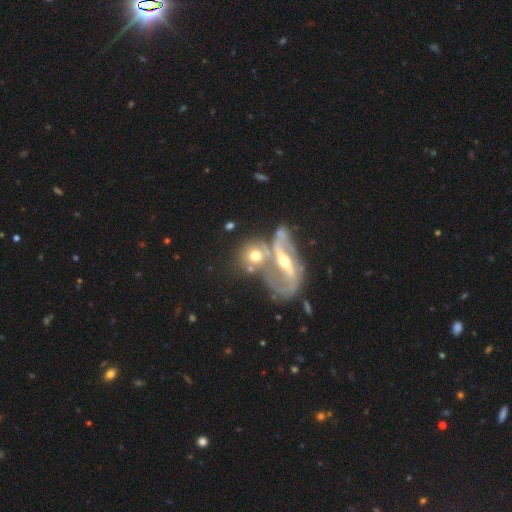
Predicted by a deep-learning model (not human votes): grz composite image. It shows a featured or disk galaxy (50%). Merging: merger (43%).